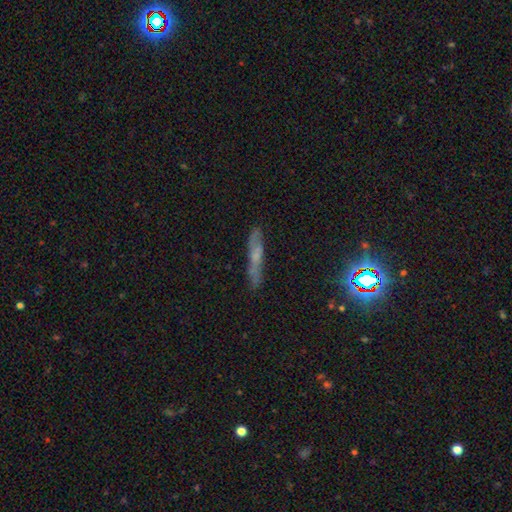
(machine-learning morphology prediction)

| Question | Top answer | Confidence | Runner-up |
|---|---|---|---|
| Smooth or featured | smooth | 42% | tied: featured or disk (42%) |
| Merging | none | 77% | minor disturbance (16%) |